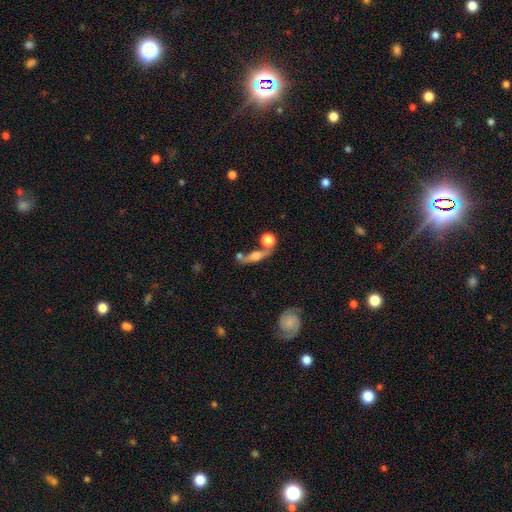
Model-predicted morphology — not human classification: This is possibly a featured or disk galaxy (49%). Merging: possibly none (54%).